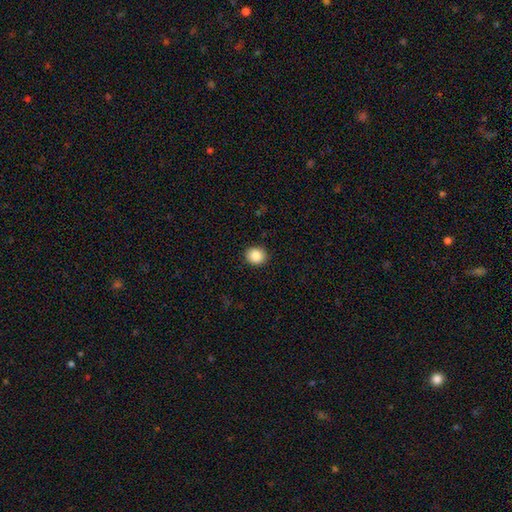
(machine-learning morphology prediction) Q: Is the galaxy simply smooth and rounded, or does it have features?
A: smooth — 88%.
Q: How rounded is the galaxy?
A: round — 78%.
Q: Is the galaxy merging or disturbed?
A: none — 91%.